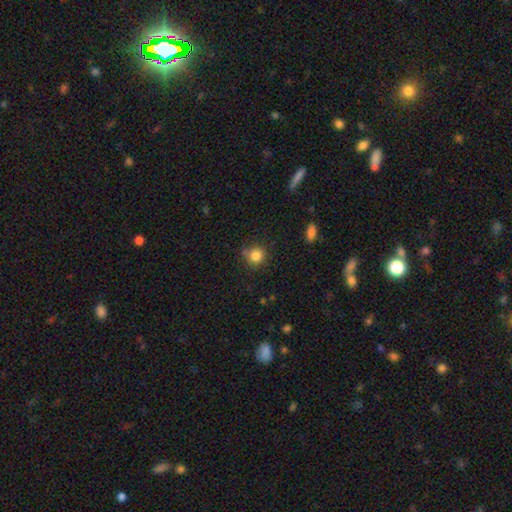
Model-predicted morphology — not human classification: The model was most divided on "merging": none: 76%, minor disturbance: 12%, merger: 8%, major disturbance: 4%. More confident: how rounded — round (90%); smooth or featured — smooth (83%).